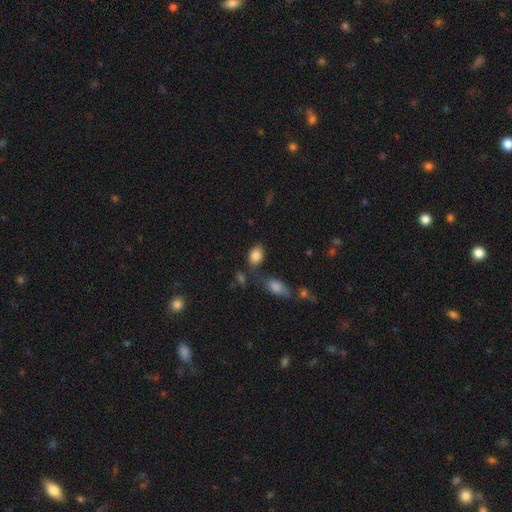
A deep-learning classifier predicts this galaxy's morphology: type=smooth (86%); roundness=in between (82%); merging=none (62%).